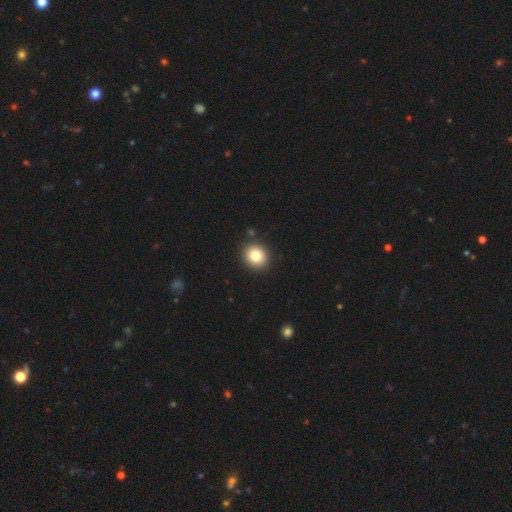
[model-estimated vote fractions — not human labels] This is clearly a smooth galaxy (81%). How rounded: clearly round (80%). Merging: clearly none (90%).